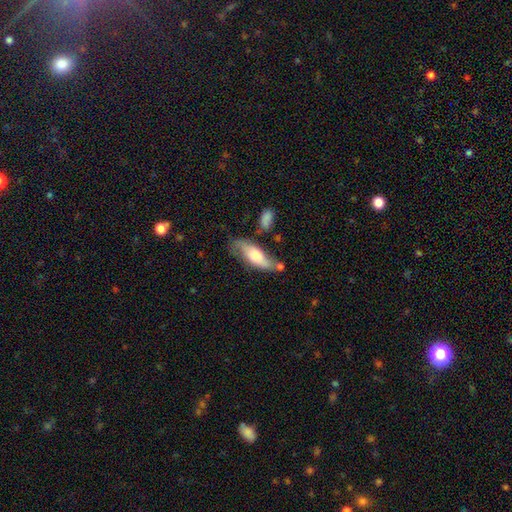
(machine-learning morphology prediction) Overall: smooth (56%; featured or disk 38%). How rounded: in between (65%; cigar-shaped 32%). Merging: none (50%; minor disturbance 27%).